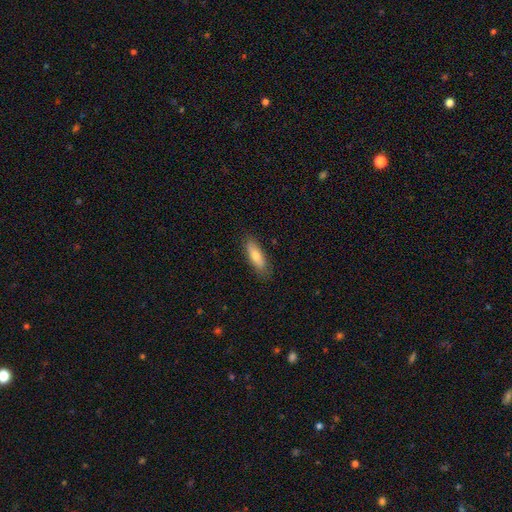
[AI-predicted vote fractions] Overall: smooth (76%). How rounded: in between (55%; cigar-shaped 43%). Merging: none (85%).